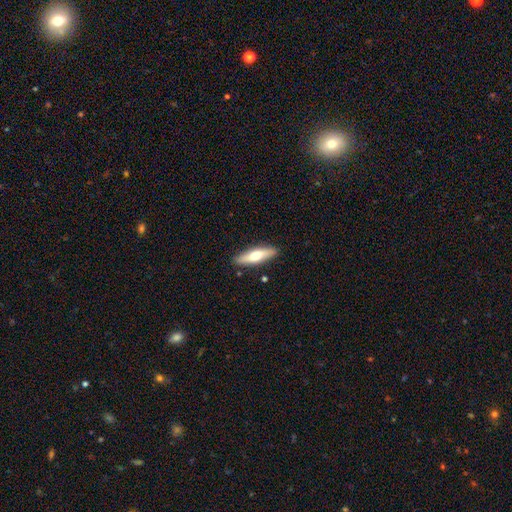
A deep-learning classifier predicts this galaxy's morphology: type=smooth (57%); roundness=cigar-shaped (67%); merging=none (88%).